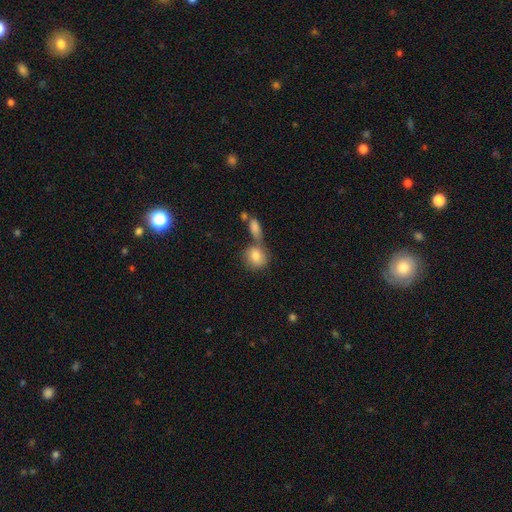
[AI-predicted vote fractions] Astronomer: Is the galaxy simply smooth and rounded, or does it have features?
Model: smooth — 81%.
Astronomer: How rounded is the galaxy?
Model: round — 67%.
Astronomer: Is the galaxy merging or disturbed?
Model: none — 44% (runner-up: merger, 39%).